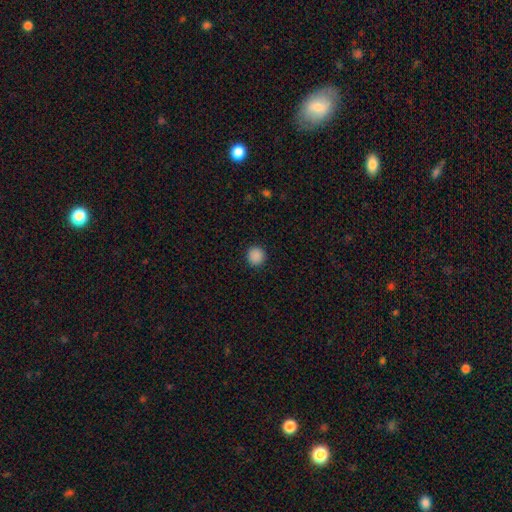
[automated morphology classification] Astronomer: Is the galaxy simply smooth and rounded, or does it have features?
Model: smooth — 88%.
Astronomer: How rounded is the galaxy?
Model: round — 93%.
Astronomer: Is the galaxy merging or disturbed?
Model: none — 92%.